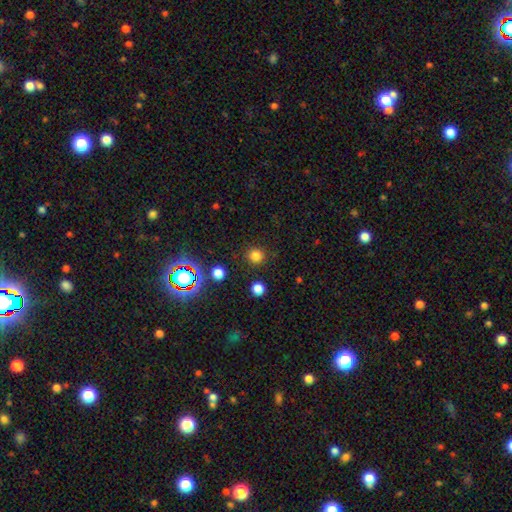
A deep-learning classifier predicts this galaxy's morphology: Smooth or featured? Predicted: smooth (p=0.78). How rounded? Predicted: round (p=0.93). Merging? Predicted: none (p=0.89).